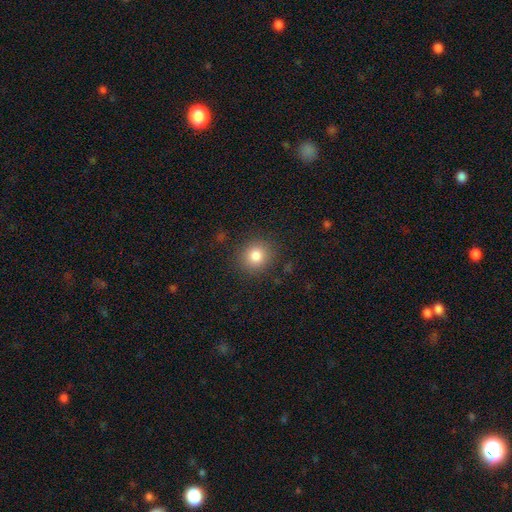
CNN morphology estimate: smooth_or_featured: smooth (p=0.83) [alt: star or artifact p=0.11]
how_rounded: round (p=0.86) [alt: in between p=0.13]
merging: none (p=0.88) [alt: minor disturbance p=0.08]